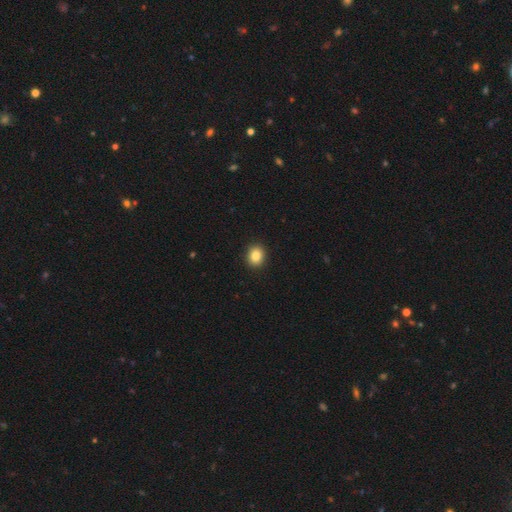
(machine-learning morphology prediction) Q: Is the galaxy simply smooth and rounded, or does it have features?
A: smooth — 86%.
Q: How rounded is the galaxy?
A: round — 64%.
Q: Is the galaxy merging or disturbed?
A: none — 92%.